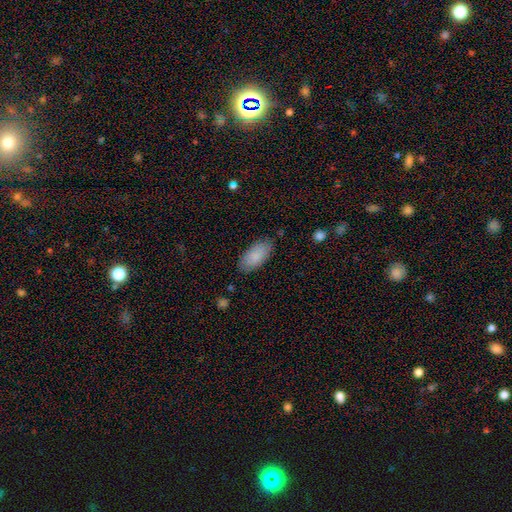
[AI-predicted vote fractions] Smooth or featured? Predicted: smooth (p=0.86). How rounded? Predicted: in between (p=0.92). Merging? Predicted: none (p=0.82).